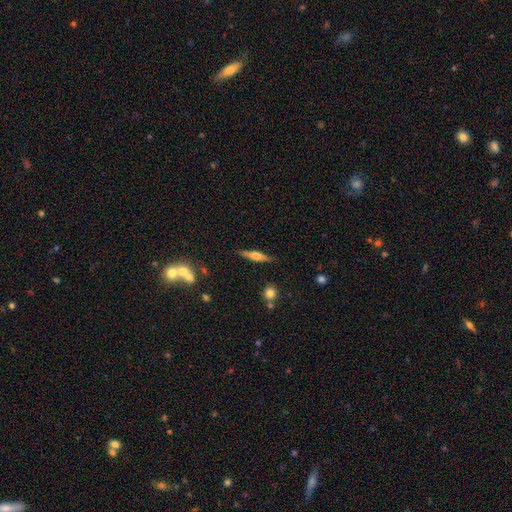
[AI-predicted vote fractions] This appears to be a featured or disk galaxy (52%) viewed edge-on (95%). Merging: none (86%).